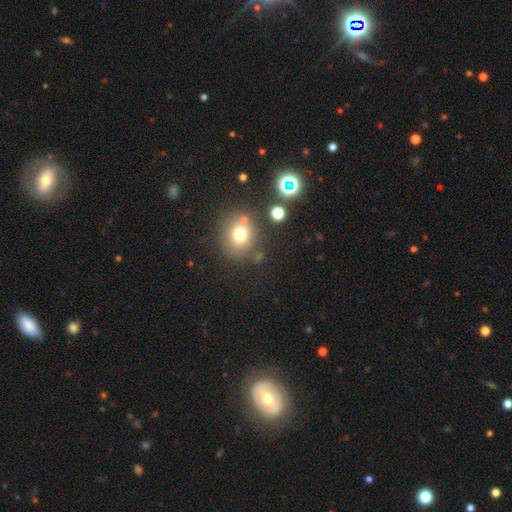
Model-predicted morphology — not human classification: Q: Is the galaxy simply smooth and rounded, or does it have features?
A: smooth — 53%.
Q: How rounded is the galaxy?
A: round — 79%.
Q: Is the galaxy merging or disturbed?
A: none — 79%.